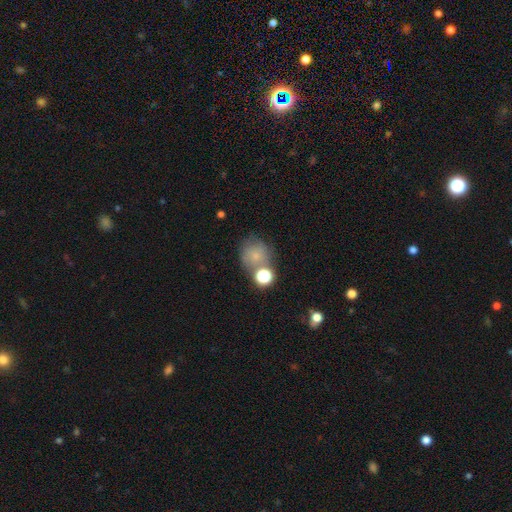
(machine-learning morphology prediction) The model was most divided on "merging": none: 51%, merger: 24%, minor disturbance: 16%, major disturbance: 9%. More confident: how rounded — round (83%); smooth or featured — smooth (70%).